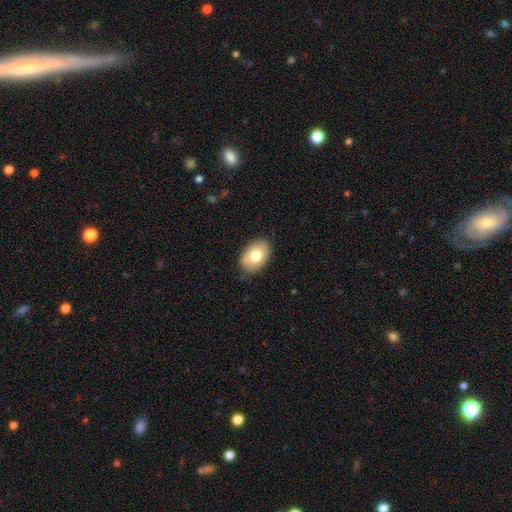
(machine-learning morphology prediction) smooth-or-featured: smooth: 72% | featured or disk: 20% | star or artifact: 7%
  how-rounded: in between: 84% | round: 15% | cigar-shaped: 1%
  merging: none: 82% | minor disturbance: 14% | major disturbance: 3% | merger: 1%